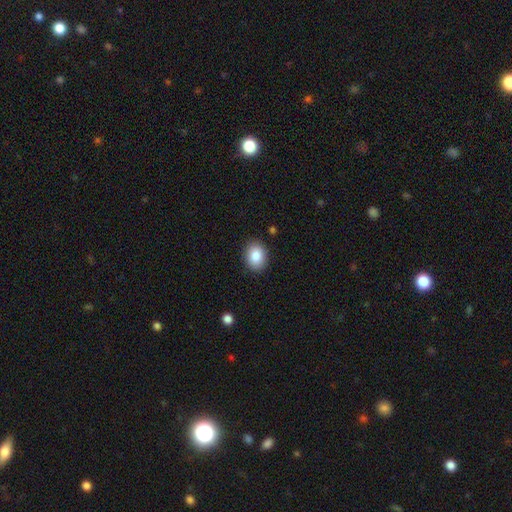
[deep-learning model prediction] A smooth galaxy with no disk features (86%) that is in between round and cigar-shaped (61%). Merging: none (88%).